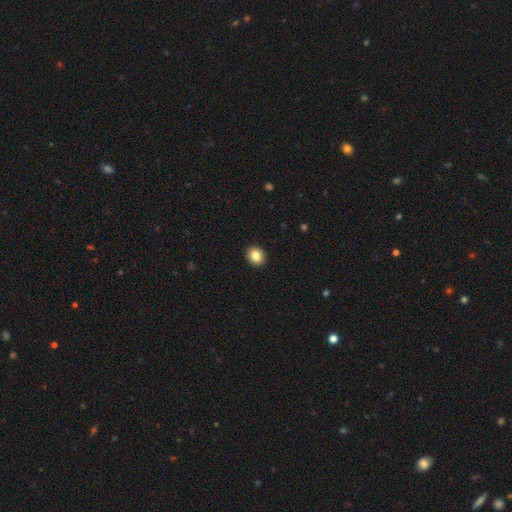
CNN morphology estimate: type=smooth (83%); roundness=round (74%); merging=none (93%).